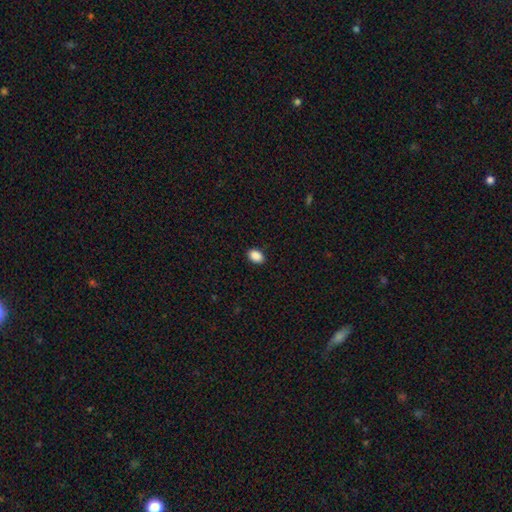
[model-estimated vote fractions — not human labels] Overall: smooth (90%). How rounded: in between (83%). Merging: none (89%).